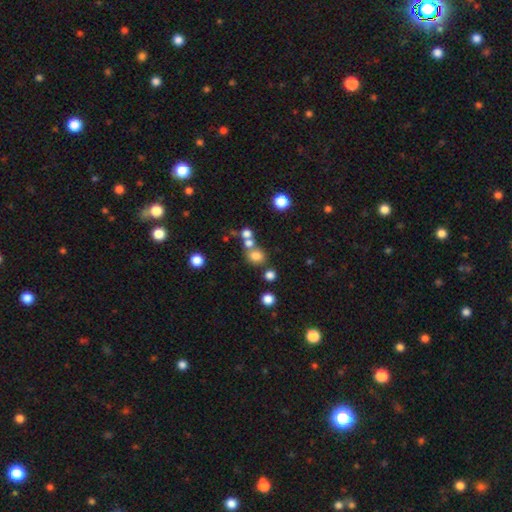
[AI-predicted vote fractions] Smooth or featured? Predicted: smooth (p=0.75). How rounded? Predicted: round (p=0.74). Merging? Predicted: none (p=0.56).